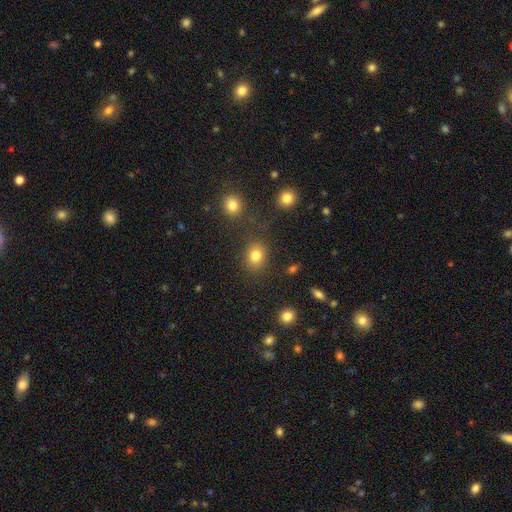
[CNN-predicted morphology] This appears to be a smooth galaxy with no disk features (82%) that is round (64%). Merging: none (80%).